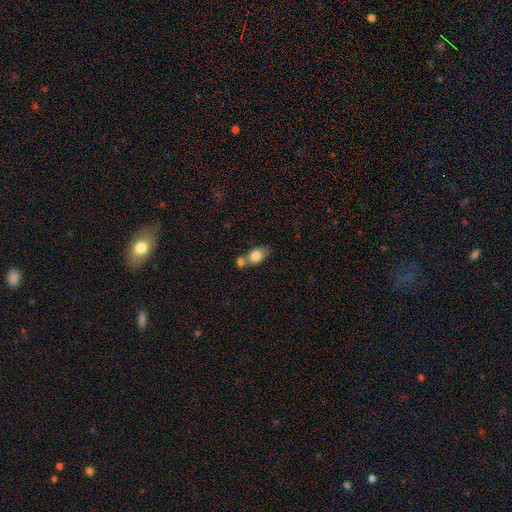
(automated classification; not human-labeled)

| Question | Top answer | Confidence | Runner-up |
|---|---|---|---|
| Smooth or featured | smooth | 80% | featured or disk (13%) |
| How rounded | in between | 80% | round (17%) |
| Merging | merger | 46% | none (38%) |